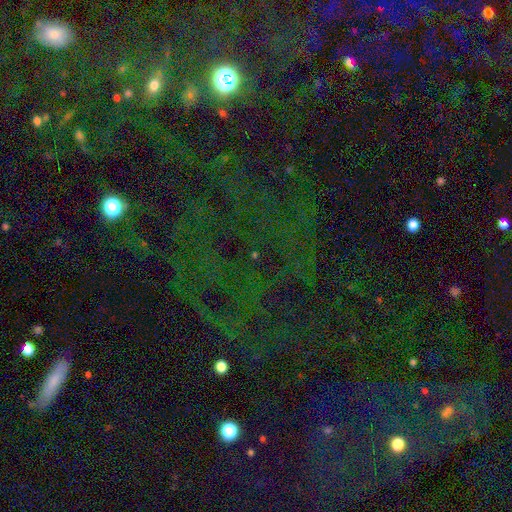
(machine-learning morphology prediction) Smooth or featured? Predicted: star or artifact (p=0.74).